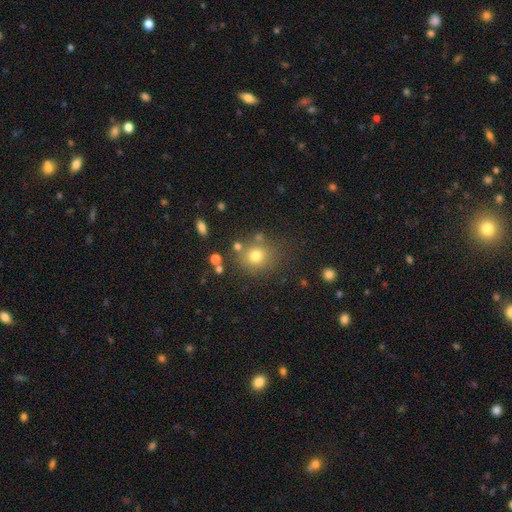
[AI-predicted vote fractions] Smooth or featured?
  - smooth: 74% *
  - star or artifact: 15%
  - featured or disk: 10%
How rounded?
  - round: 83% *
  - in between: 17%
  - cigar-shaped: 1%
Merging?
  - none: 75% *
  - minor disturbance: 12%
  - merger: 8%
  - major disturbance: 5%